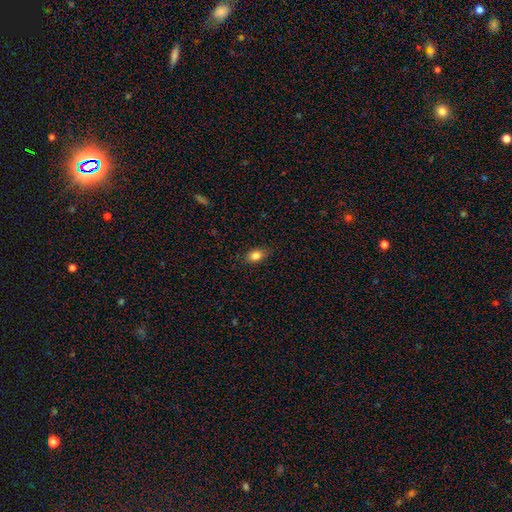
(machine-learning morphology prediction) This appears to be a smooth galaxy with no disk features (83%) that is in between round and cigar-shaped (76%). Merging: none (82%).